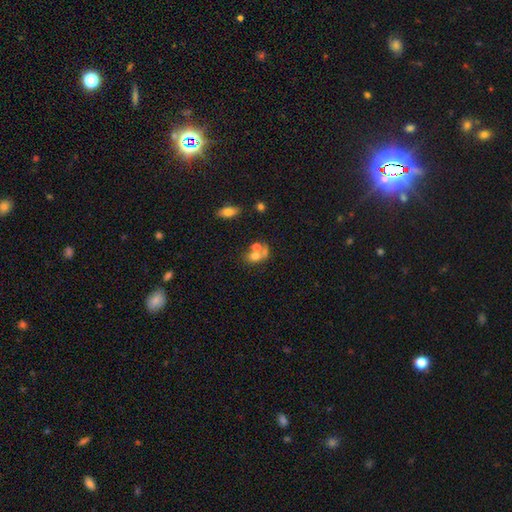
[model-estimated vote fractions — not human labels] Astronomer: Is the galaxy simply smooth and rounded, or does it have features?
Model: smooth — 61%.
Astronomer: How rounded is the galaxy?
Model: in between — 56% (runner-up: round, 43%).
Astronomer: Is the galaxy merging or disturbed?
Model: merger — 57%.